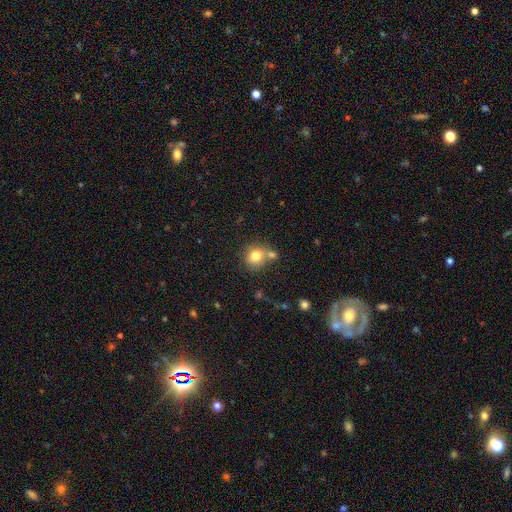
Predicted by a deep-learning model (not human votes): Smooth or featured: smooth — 78% (star or artifact — 11%)
How rounded: round — 80% (in between — 19%)
Merging: none — 56% (merger — 27%)